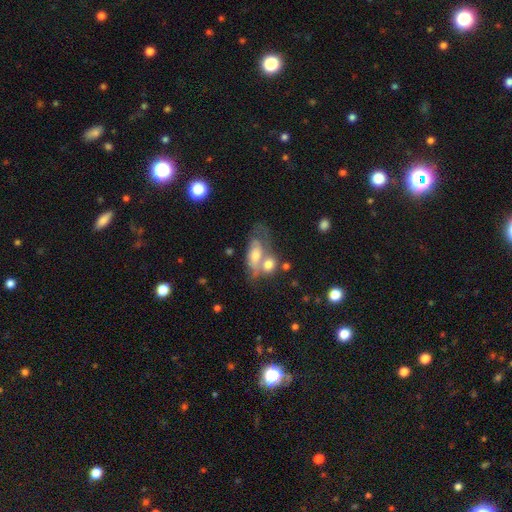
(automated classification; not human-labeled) smooth-or-featured: featured or disk: 47% | smooth: 44% | star or artifact: 9%
  merging: merger: 43% | none: 28% | minor disturbance: 15% | major disturbance: 14%